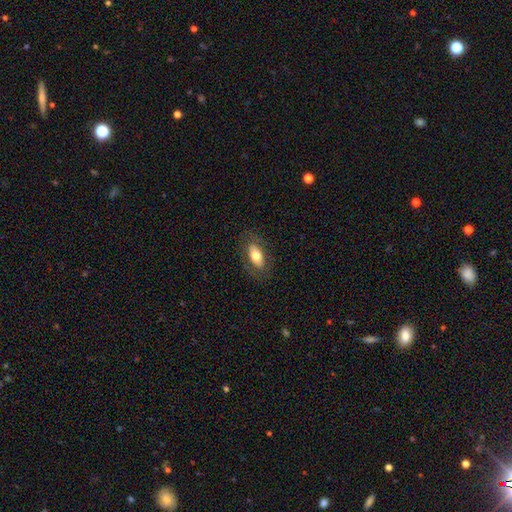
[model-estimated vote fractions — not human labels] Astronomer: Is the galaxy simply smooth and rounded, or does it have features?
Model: smooth — 66%.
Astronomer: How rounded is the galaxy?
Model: in between — 88%.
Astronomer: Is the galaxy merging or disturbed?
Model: none — 81%.